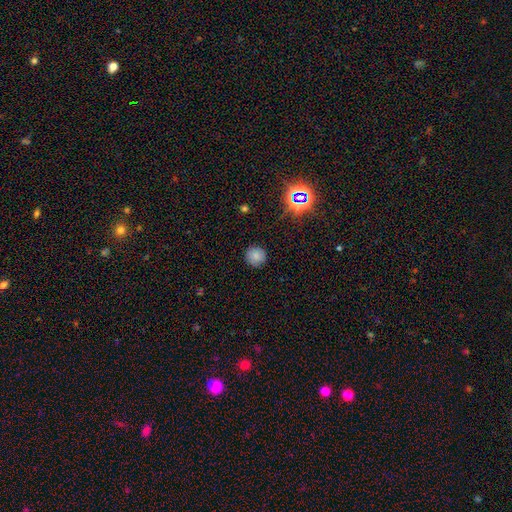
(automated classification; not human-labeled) Overall: smooth (78%). How rounded: round (94%). Merging: none (88%).